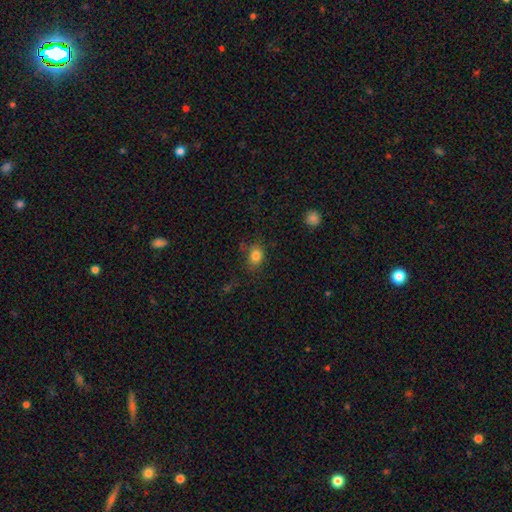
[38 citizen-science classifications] Q: Smooth or featured?
A: smooth (95%); runner-up: star or artifact (5%)
Q: How rounded?
A: round (61%); runner-up: in between (39%)
Q: Merging?
A: none (69%); runner-up: minor disturbance (22%)